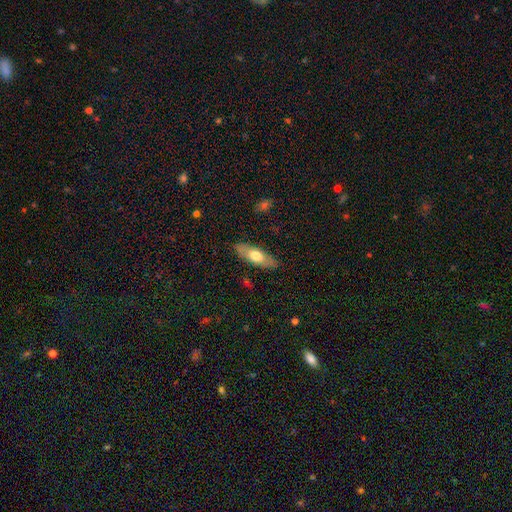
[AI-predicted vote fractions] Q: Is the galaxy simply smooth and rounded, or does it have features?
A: smooth — 62%.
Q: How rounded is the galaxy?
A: in between — 63%.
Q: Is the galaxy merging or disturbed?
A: none — 86%.